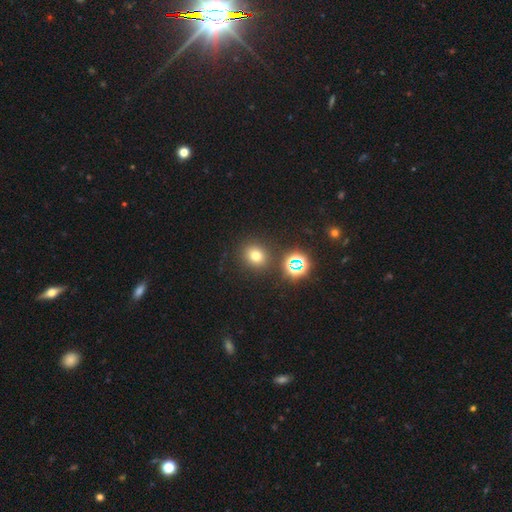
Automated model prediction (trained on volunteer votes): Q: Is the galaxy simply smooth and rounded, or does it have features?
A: smooth — 70%.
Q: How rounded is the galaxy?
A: round — 80%.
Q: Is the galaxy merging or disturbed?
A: none — 85%.